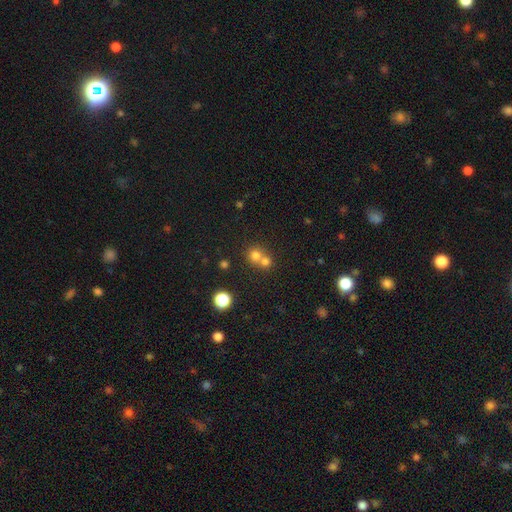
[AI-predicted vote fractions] smooth_or_featured: smooth (p=0.73) [alt: star or artifact p=0.16]
how_rounded: round (p=0.87) [alt: in between p=0.12]
merging: merger (p=0.54) [alt: none p=0.40]